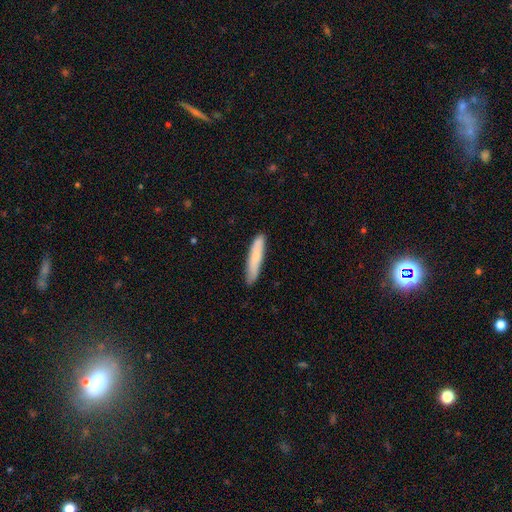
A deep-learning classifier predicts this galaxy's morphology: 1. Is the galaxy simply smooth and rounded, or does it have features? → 75% smooth, 19% featured or disk, 6% star or artifact.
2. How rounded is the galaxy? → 90% cigar-shaped, 9% in between, 1% round.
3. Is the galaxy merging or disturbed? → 85% none, 12% minor disturbance, 2% major disturbance, 1% merger.